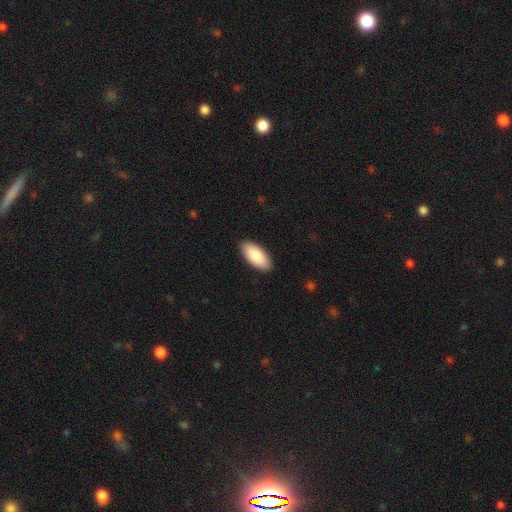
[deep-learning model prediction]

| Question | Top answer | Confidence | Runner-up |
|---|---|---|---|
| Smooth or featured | smooth | 88% | featured or disk (7%) |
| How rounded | in between | 89% | cigar-shaped (9%) |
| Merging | none | 89% | minor disturbance (8%) |